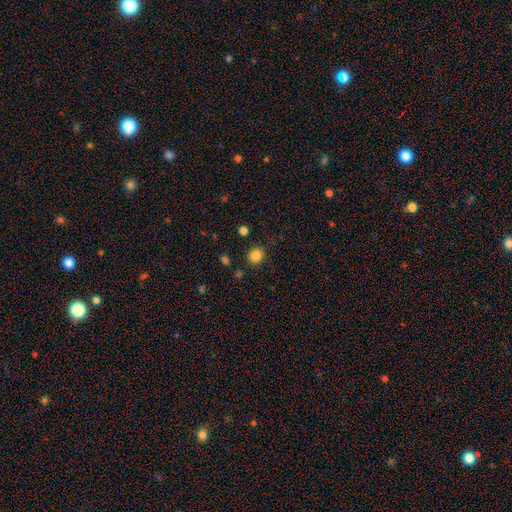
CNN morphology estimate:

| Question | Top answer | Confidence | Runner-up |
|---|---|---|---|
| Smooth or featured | smooth | 84% | star or artifact (11%) |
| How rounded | round | 86% | in between (13%) |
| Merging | none | 87% | minor disturbance (8%) |